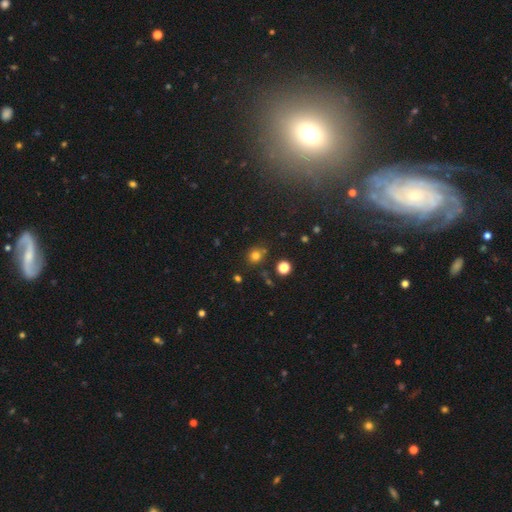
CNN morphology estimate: smooth 76%, star or artifact 18%, featured or disk 7%. Down the decision tree: how rounded — round (81%); merging — none (78%).